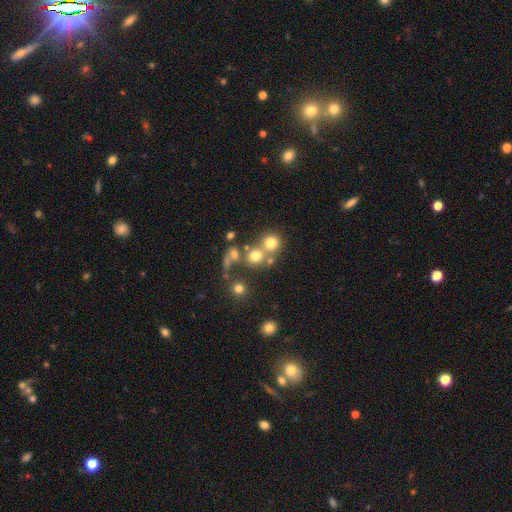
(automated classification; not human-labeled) Overall: smooth (70%). How rounded: round (85%). Merging: none (49%; merger 37%).